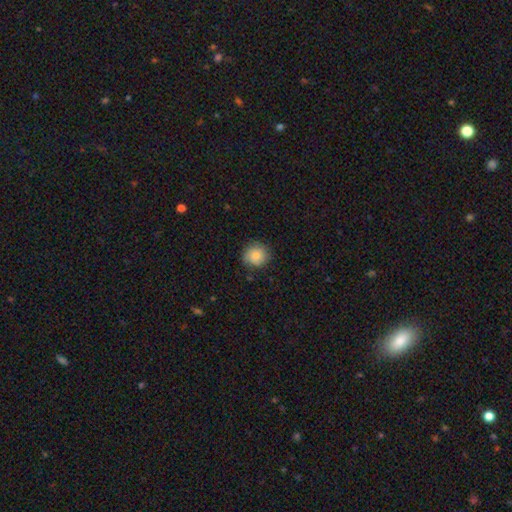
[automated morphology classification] Smooth or featured? smooth (82%)
How rounded? round (89%)
Merging? none (82%)